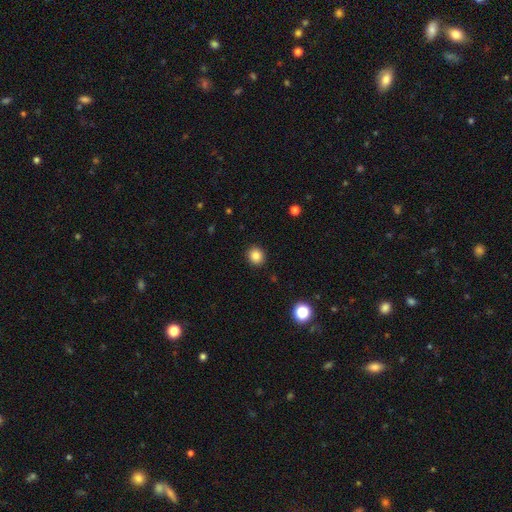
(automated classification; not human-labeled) Smooth or featured: smooth — 84% (star or artifact — 11%)
How rounded: round — 84% (in between — 15%)
Merging: none — 92% (minor disturbance — 5%)